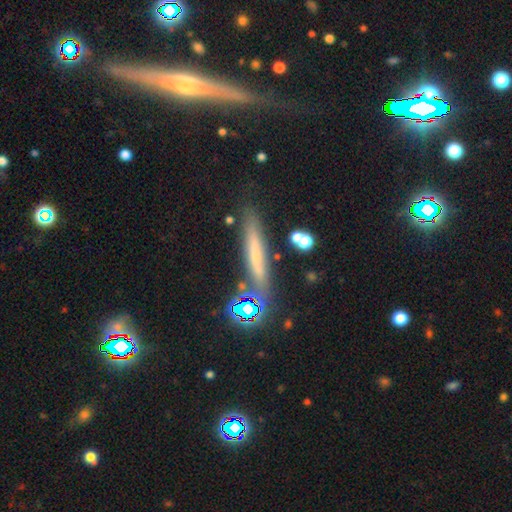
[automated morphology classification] smooth 48%, featured or disk 32%, star or artifact 20%. Down the decision tree: merging — none (78%).